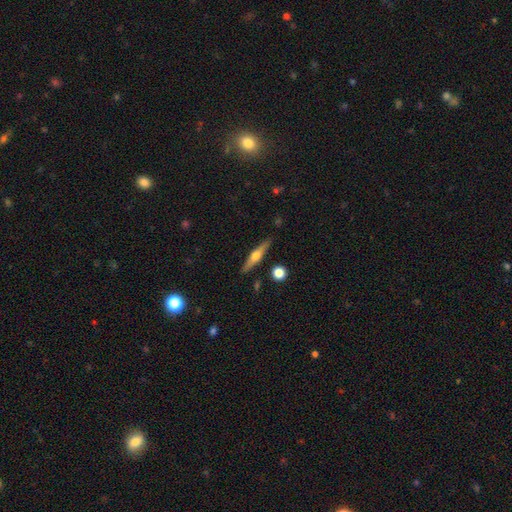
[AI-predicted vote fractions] smooth-or-featured: featured or disk: 66% | smooth: 28% | star or artifact: 6%
  disk-edge-on: yes: 96% | no: 4%
    edge-on-bulge: rounded: 92% | boxy: 4% | none: 3%
  merging: none: 88% | minor disturbance: 8% | merger: 2% | major disturbance: 2%